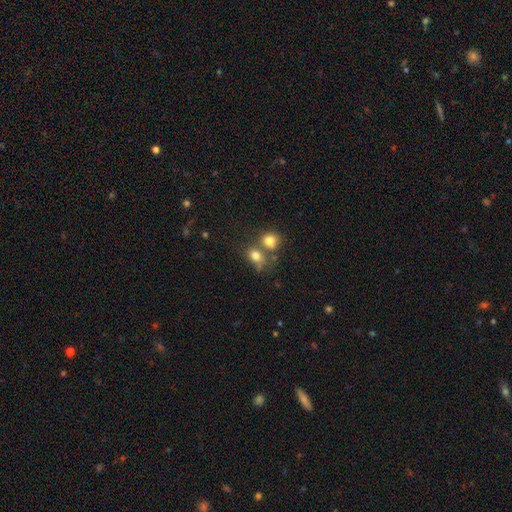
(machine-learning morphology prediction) Smooth or featured: smooth — 78% (star or artifact — 12%)
How rounded: in between — 56% (round — 43%)
Merging: merger — 44% (none — 37%)